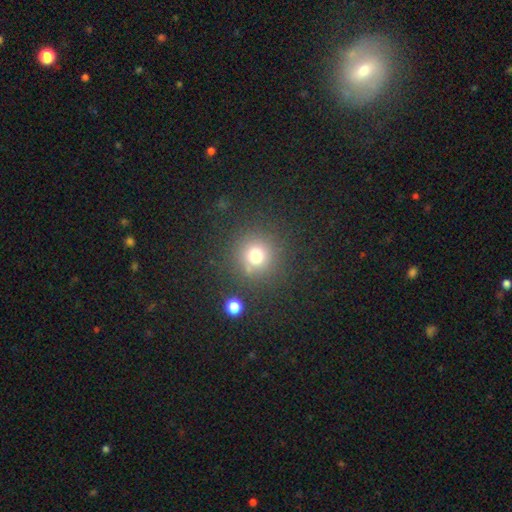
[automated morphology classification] A smooth galaxy with no disk features (73%) that is round (93%).

Vote fractions:
- Smooth or featured? smooth: 73% / star or artifact: 18% / featured or disk: 9%
- How rounded? round: 93% / in between: 6% / cigar-shaped: 1%
- Merging? none: 83% / minor disturbance: 8% / merger: 5% / major disturbance: 4%